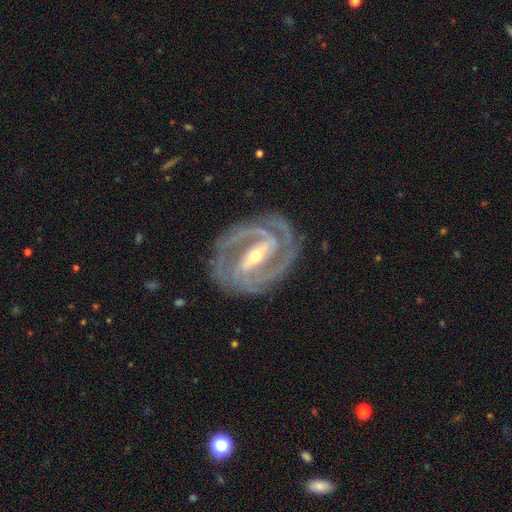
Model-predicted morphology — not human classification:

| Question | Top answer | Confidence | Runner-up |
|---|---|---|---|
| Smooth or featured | featured or disk | 92% | star or artifact (4%) |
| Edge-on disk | no | 95% | yes (5%) |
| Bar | strong | 73% | weak (20%) |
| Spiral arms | yes | 98% | no (2%) |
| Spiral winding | tight | 65% | medium (31%) |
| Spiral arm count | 2 | 58% | 3 (22%) |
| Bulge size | small | 54% | moderate (43%) |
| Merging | none | 82% | minor disturbance (12%) |